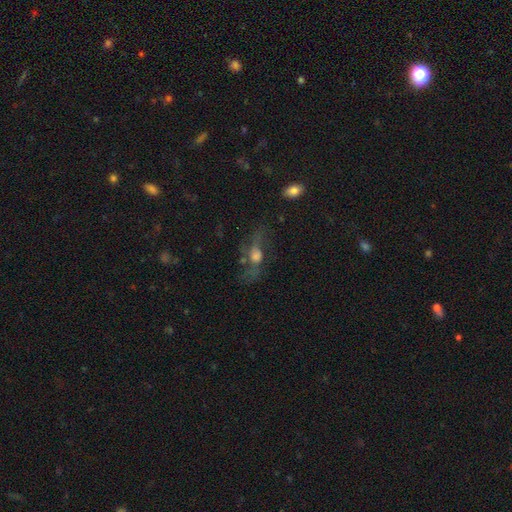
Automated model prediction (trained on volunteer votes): Q: Smooth or featured?
A: featured or disk (56%); runner-up: smooth (26%)
Q: Edge-on disk?
A: no (79%); runner-up: yes (21%)
Q: Merging?
A: none (51%); runner-up: major disturbance (27%)